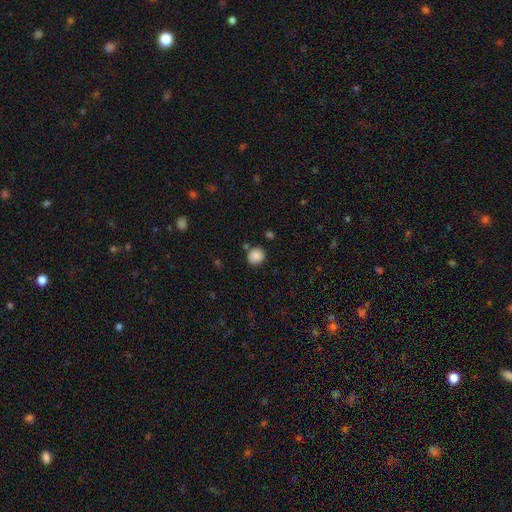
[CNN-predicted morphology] This is clearly a smooth galaxy (86%). How rounded: likely round (77%). Merging: likely none (73%).